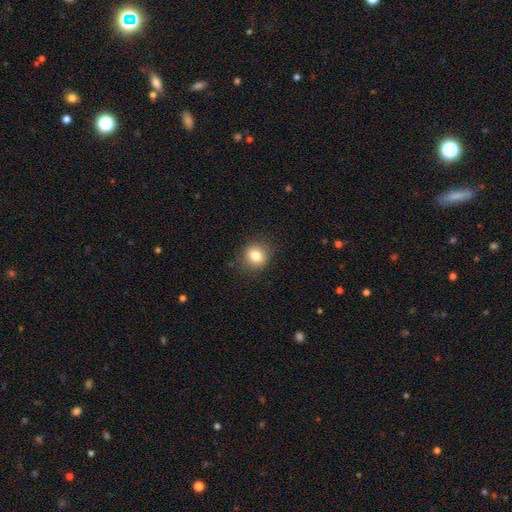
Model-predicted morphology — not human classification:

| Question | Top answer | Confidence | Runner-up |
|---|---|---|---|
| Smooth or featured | smooth | 81% | star or artifact (11%) |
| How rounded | round | 83% | in between (16%) |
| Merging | none | 87% | minor disturbance (9%) |